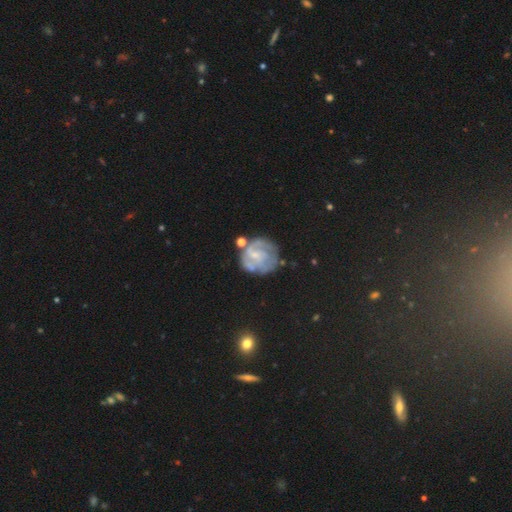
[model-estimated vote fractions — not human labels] featured or disk 70%, smooth 23%, star or artifact 8%. Down the decision tree: edge-on disk — no (98%); bar — no (58%); spiral arms — yes (72%); bulge size — small (56%); merging — none (58%).